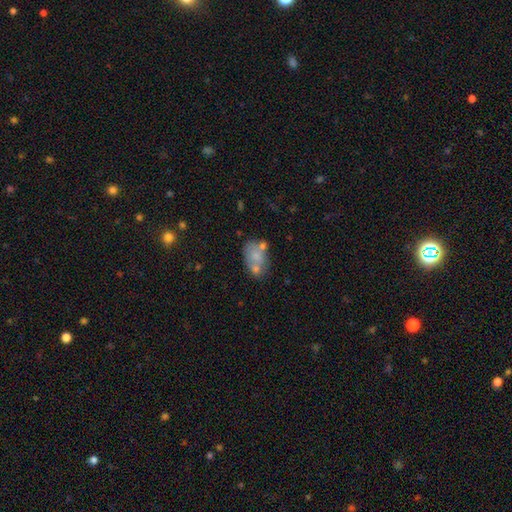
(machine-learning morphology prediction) smooth_or_featured: smooth (p=0.58) [alt: featured or disk p=0.33]
how_rounded: in between (p=0.83) [alt: round p=0.15]
merging: none (p=0.37) [alt: merger p=0.31]